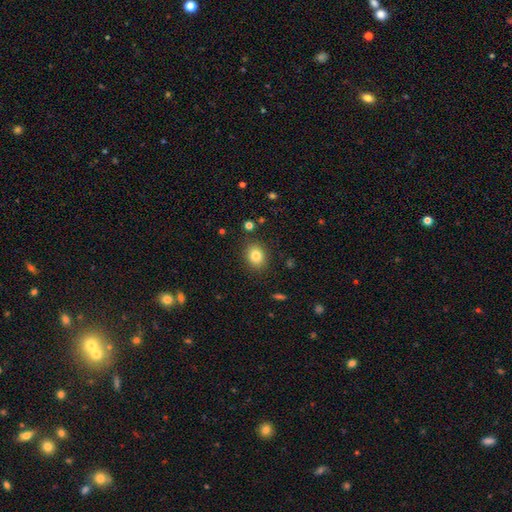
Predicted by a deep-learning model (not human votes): smooth_or_featured: smooth (p=0.82) [alt: star or artifact p=0.10]
how_rounded: in between (p=0.52) [alt: round p=0.47]
merging: none (p=0.87) [alt: minor disturbance p=0.09]